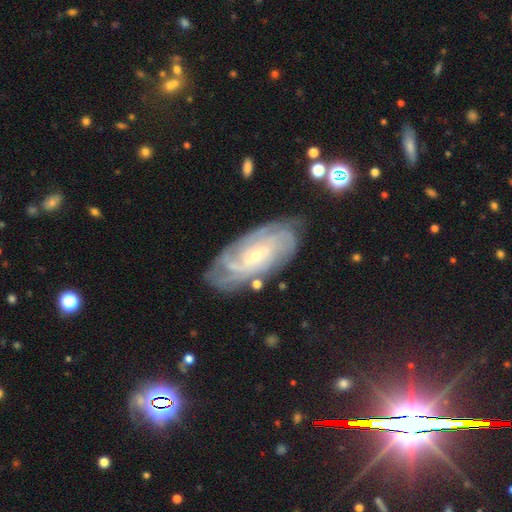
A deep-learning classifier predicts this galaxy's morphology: This is clearly a featured or disk galaxy (84%). It is clearly not viewed edge-on (94%). Bar: likely no (64%). Spiral arm pattern: clearly yes (96%). Spiral arm count: marginally can't tell (34%). Spiral winding: likely tight (70%). Central bulge: likely small (79%). Merging: likely none (77%).